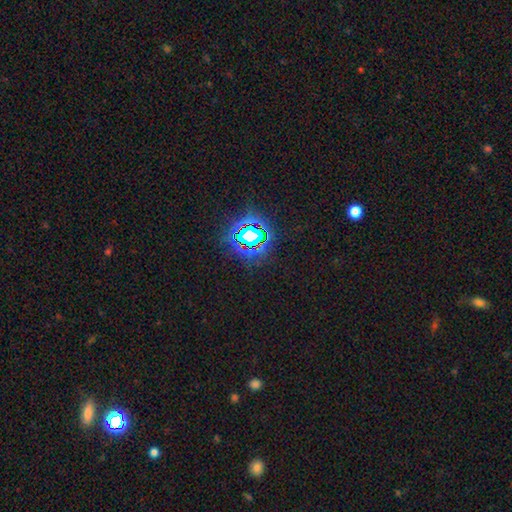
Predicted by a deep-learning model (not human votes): Smooth or featured? star or artifact (81%)